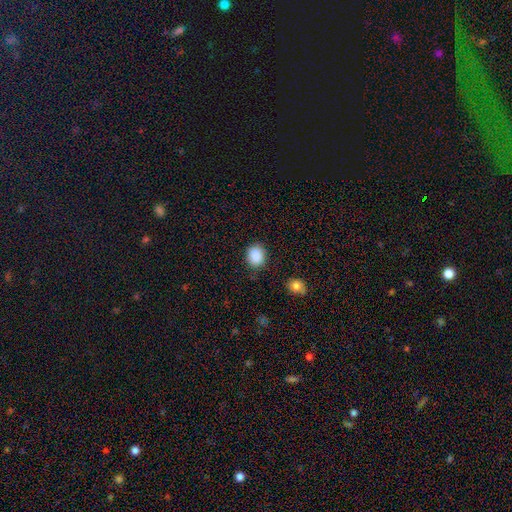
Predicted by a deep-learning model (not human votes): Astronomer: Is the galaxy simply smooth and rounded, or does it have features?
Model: smooth — 89%.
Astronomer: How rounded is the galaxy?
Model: round — 57% (runner-up: in between, 42%).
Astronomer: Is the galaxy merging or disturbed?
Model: none — 84%.